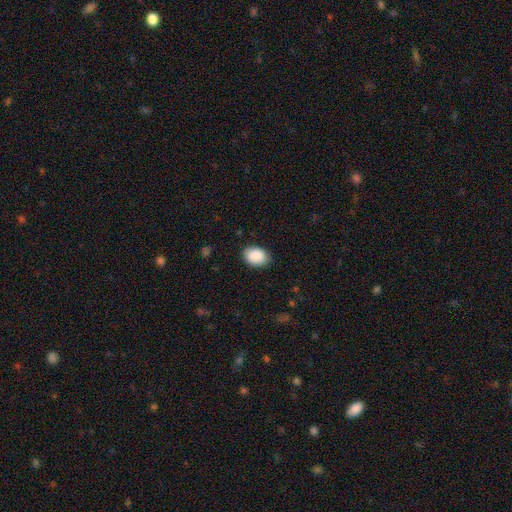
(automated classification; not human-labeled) Smooth or featured? Predicted: smooth (p=0.90). How rounded? Predicted: in between (p=0.74). Merging? Predicted: none (p=0.84).